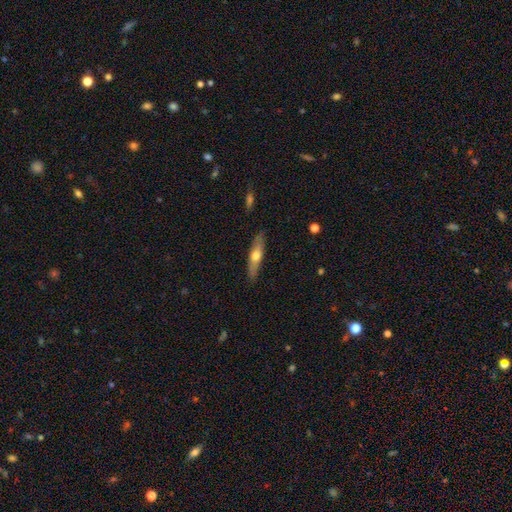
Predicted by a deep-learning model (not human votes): Smooth or featured?
  - featured or disk: 49% *
  - smooth: 45%
  - star or artifact: 6%
Merging?
  - none: 88% *
  - minor disturbance: 9%
  - major disturbance: 2%
  - merger: 1%